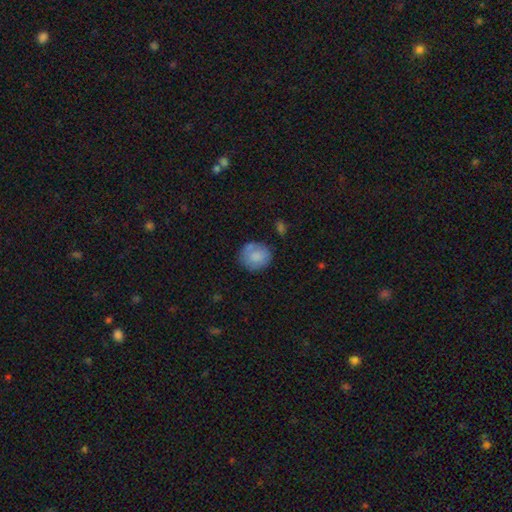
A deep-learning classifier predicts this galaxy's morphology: This appears to be a smooth galaxy with no disk features (79%) that is round (81%). Merging: none (71%).